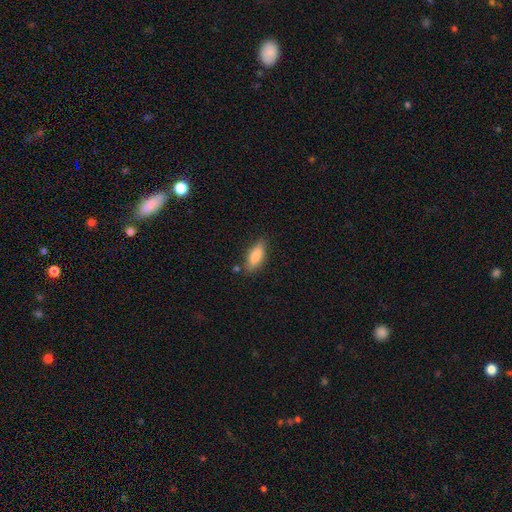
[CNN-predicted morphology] A smooth galaxy with no disk features (82%) that is in between round and cigar-shaped (73%).

Vote fractions:
- Smooth or featured? smooth: 82% / featured or disk: 11% / star or artifact: 7%
- How rounded? in between: 73% / cigar-shaped: 25% / round: 2%
- Merging? none: 76% / minor disturbance: 17% / merger: 4% / major disturbance: 3%